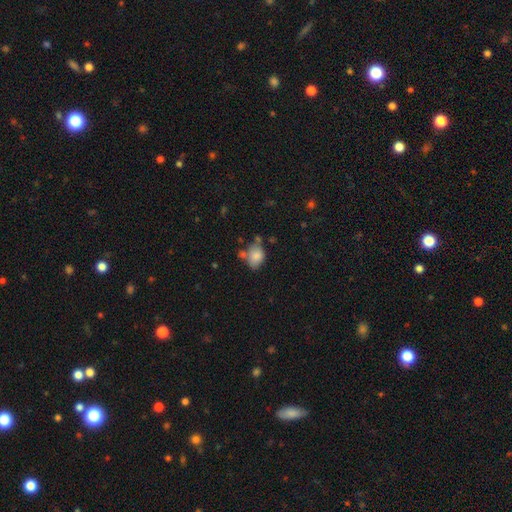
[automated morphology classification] Overall: smooth (80%). How rounded: in between (69%; round 29%). Merging: none (50%; minor disturbance 24%).